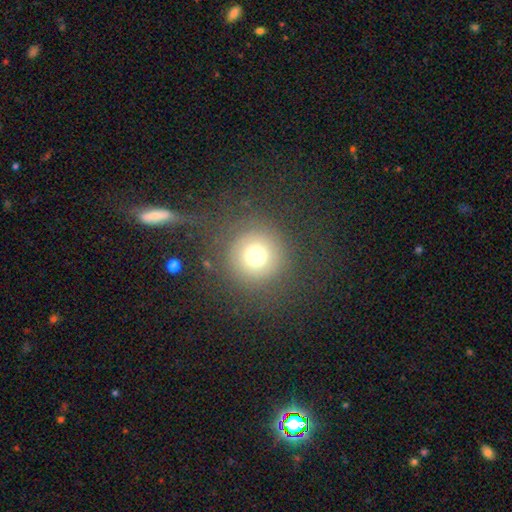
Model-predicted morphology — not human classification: This is likely a smooth galaxy (69%). How rounded: clearly round (95%). Merging: clearly none (81%).